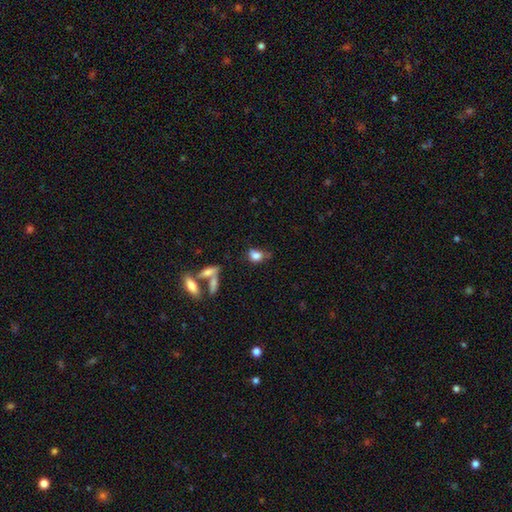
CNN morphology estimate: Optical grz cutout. It shows a smooth galaxy with no disk features (80%) that is in between round and cigar-shaped (68%). Merging: none (41%).